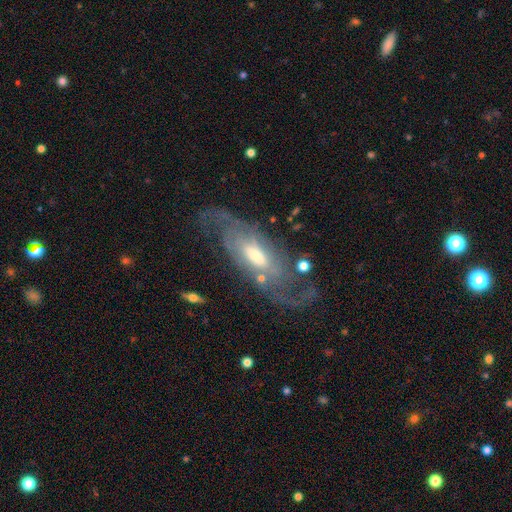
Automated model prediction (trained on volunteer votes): smooth_or_featured: featured or disk (p=0.87) [alt: smooth p=0.08]
disk_edge_on: no (p=0.91) [alt: yes p=0.09]
bar: no (p=0.47) [alt: weak p=0.41]
has_spiral_arms: yes (p=0.94) [alt: no p=0.06]
spiral_winding: medium (p=0.45) [alt: tight p=0.35]
spiral_arm_count: 2 (p=0.62) [alt: can't tell p=0.18]
bulge_size: moderate (p=0.60) [alt: large p=0.22]
merging: none (p=0.69) [alt: minor disturbance p=0.17]